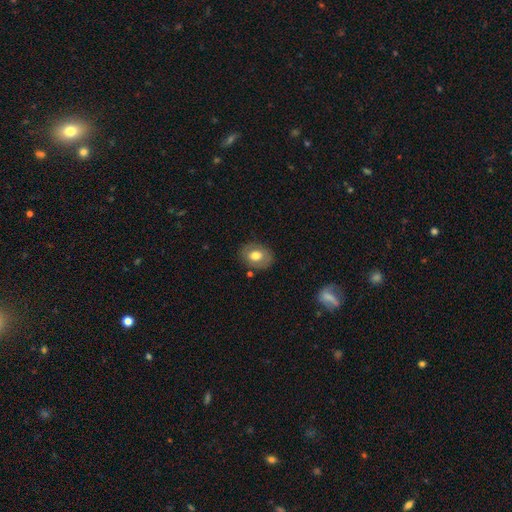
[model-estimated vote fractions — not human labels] This appears to be a smooth galaxy with no disk features (69%) that is in between round and cigar-shaped (61%). Merging: none (81%).